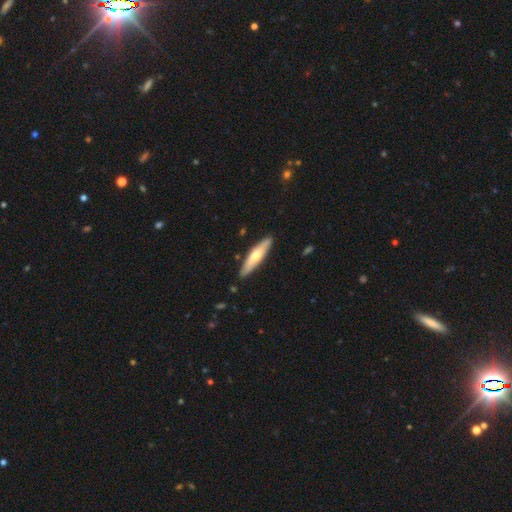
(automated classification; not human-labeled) Smooth or featured? Predicted: smooth (p=0.52). How rounded? Predicted: cigar-shaped (p=0.80). Merging? Predicted: none (p=0.88).